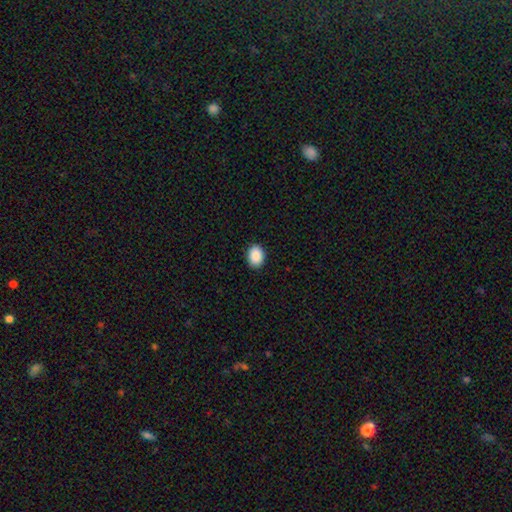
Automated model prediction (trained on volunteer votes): Overall: smooth (90%). How rounded: in between (73%). Merging: none (90%).